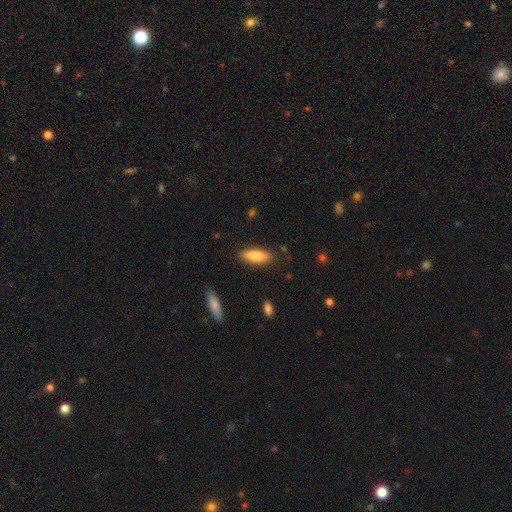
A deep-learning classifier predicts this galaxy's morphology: Smooth or featured? Predicted: smooth (p=0.81). How rounded? Predicted: in between (p=0.65). Merging? Predicted: none (p=0.85).